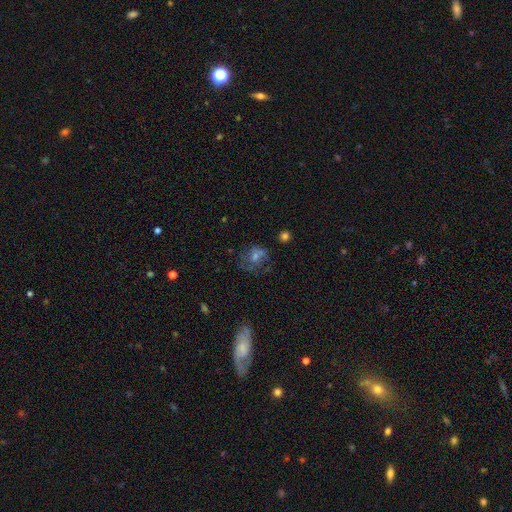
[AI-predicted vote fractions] smooth_or_featured: featured or disk (p=0.48) [alt: smooth p=0.31]
merging: none (p=0.60) [alt: minor disturbance p=0.19]